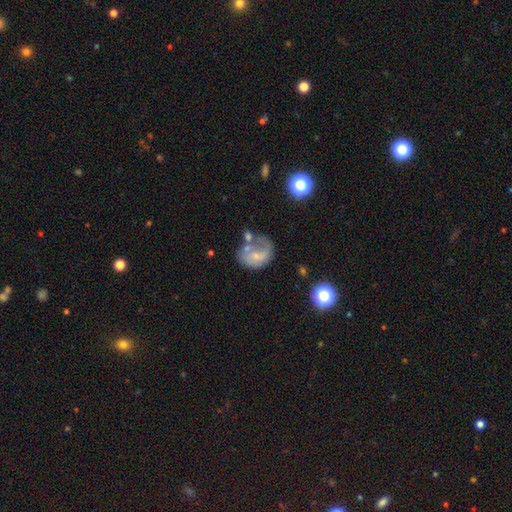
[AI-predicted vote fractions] featured or disk 49%, smooth 41%, star or artifact 10%. Down the decision tree: merging — major disturbance (31%).